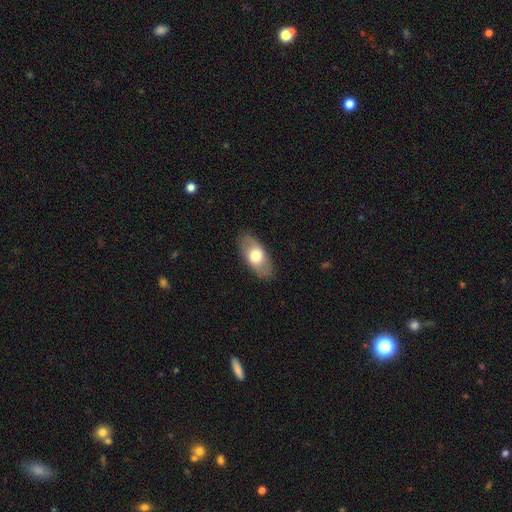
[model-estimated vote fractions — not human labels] This is likely a smooth galaxy (64%). How rounded: clearly in between (89%). Merging: clearly none (85%).